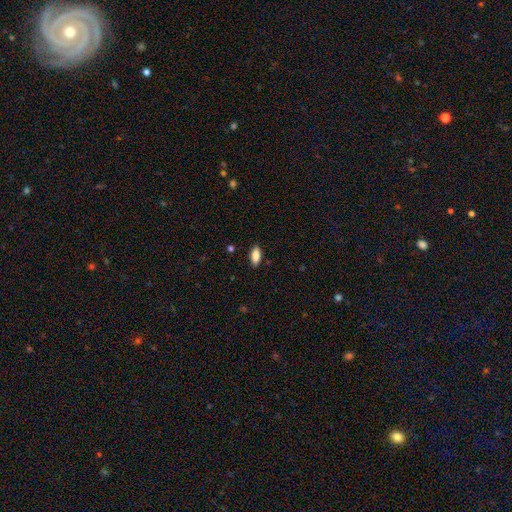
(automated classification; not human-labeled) smooth 86%, featured or disk 7%, star or artifact 7%. Down the decision tree: how rounded — in between (86%); merging — none (87%).